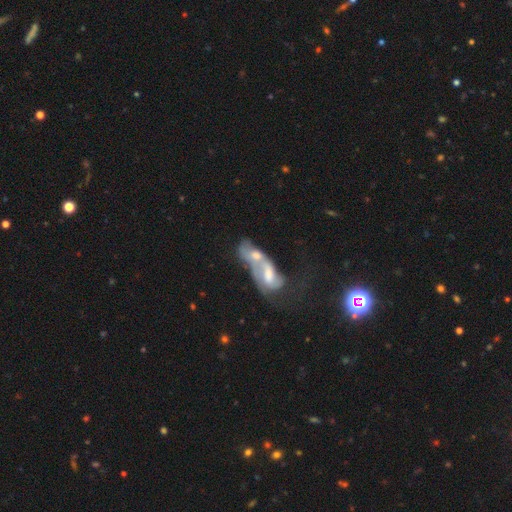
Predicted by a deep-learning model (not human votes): featured or disk 51%, smooth 41%, star or artifact 8%. Down the decision tree: edge-on disk — no (92%); merging — merger (80%).